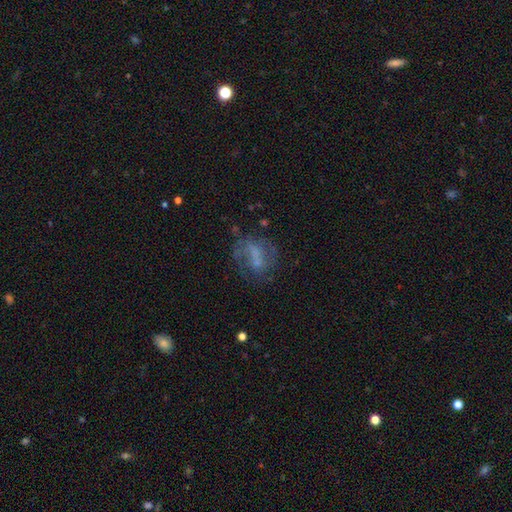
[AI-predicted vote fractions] Smooth or featured: featured or disk — 53% (smooth — 32%)
Edge-on disk: no — 97% (yes — 3%)
Bar: no — 55% (weak — 33%)
Spiral arms: no — 54% (yes — 46%)
Bulge size: none — 45% (small — 32%)
Merging: none — 50% (major disturbance — 22%)